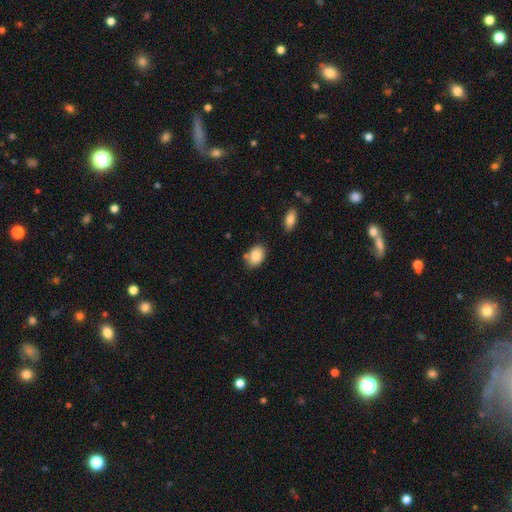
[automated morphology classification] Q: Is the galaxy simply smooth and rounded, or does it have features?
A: smooth — 86%.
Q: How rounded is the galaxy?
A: in between — 81%.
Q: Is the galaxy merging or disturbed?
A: none — 74%.